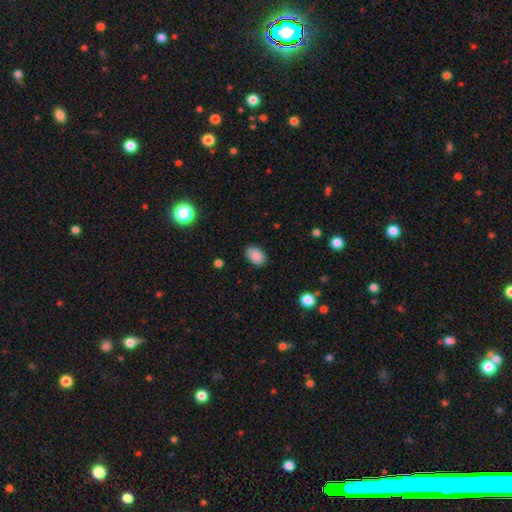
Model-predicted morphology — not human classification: This is clearly a smooth galaxy (87%). How rounded: clearly in between (84%). Merging: clearly none (82%).